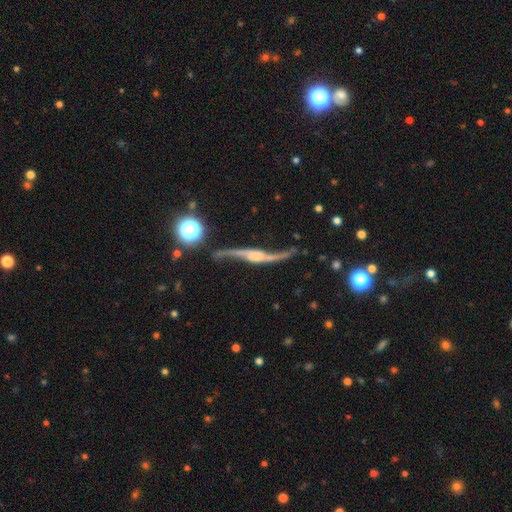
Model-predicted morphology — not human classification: Smooth or featured? Predicted: featured or disk (p=0.87). Edge-on disk? Predicted: no (p=0.64). Bar? Predicted: no (p=0.46). Spiral arms? Predicted: yes (p=0.95). Spiral winding? Predicted: loose (p=0.94). Spiral arm count? Predicted: 2 (p=0.94). Bulge size? Predicted: none (p=0.31). Merging? Predicted: none (p=0.67).